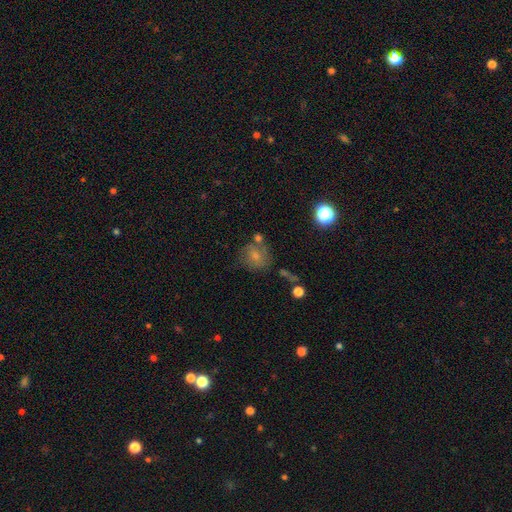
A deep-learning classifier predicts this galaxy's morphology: This appears to be a smooth galaxy with no disk features (68%) that is round (69%). Merging: none (50%).